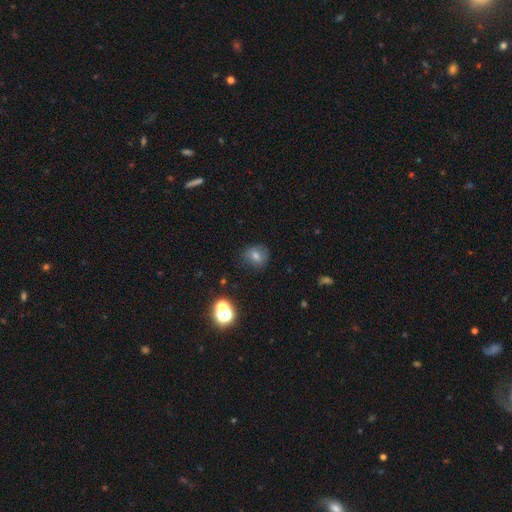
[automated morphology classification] Smooth or featured? smooth (70%)
How rounded? round (78%)
Merging? none (82%)